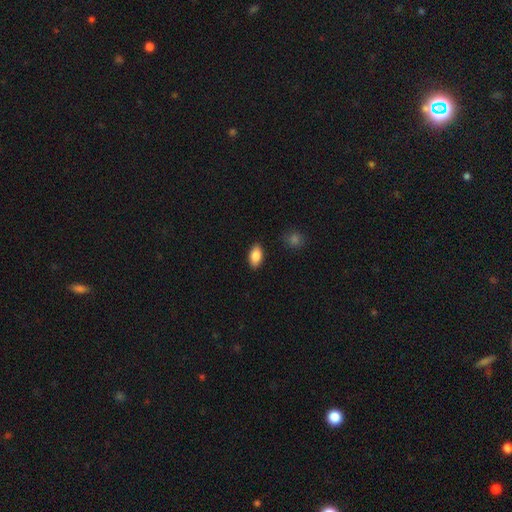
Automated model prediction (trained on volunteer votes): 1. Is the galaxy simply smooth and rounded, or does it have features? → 86% smooth, 7% star or artifact, 7% featured or disk.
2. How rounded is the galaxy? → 93% in between, 4% round, 3% cigar-shaped.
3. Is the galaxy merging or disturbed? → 88% none, 9% minor disturbance, 2% major disturbance, 1% merger.